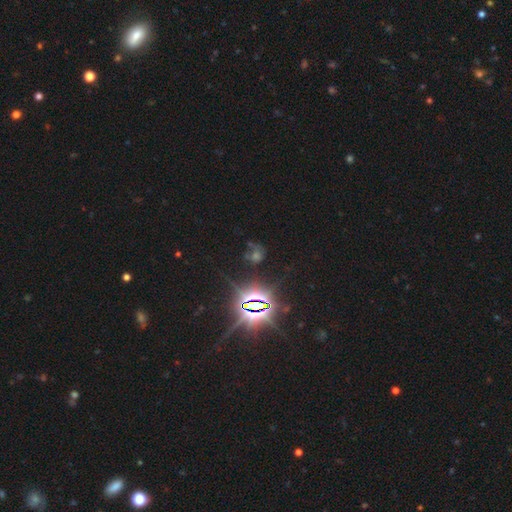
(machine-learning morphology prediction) A star or artifact, not a galaxy (72%).

Vote fractions:
- Smooth or featured? star or artifact: 72% / smooth: 15% / featured or disk: 14%